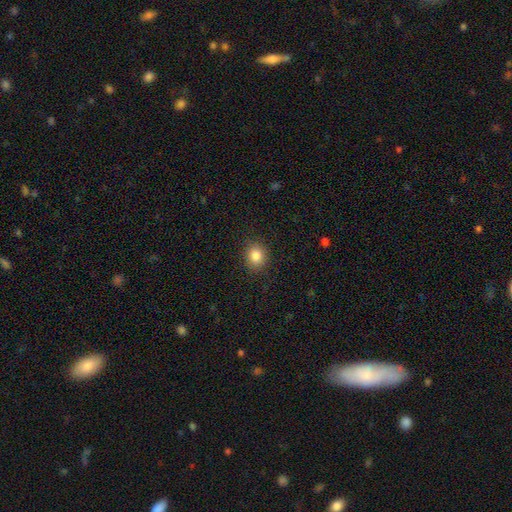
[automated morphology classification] A smooth galaxy with no disk features (85%) that is round (74%). Merging: none (89%).